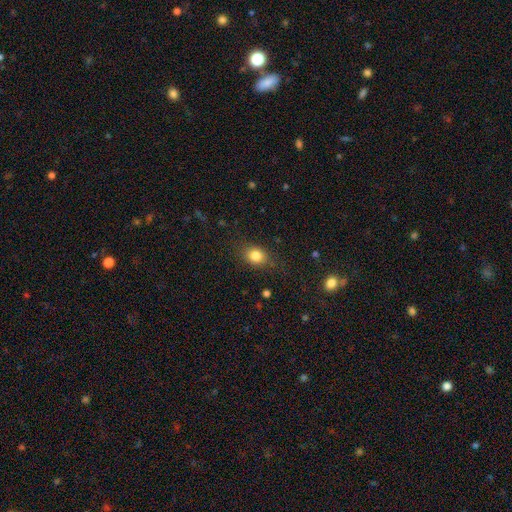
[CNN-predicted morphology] smooth-or-featured: smooth: 83% | star or artifact: 10% | featured or disk: 7%
  how-rounded: round: 50% | in between: 48% | cigar-shaped: 1%
  merging: none: 79% | minor disturbance: 14% | major disturbance: 5% | merger: 1%